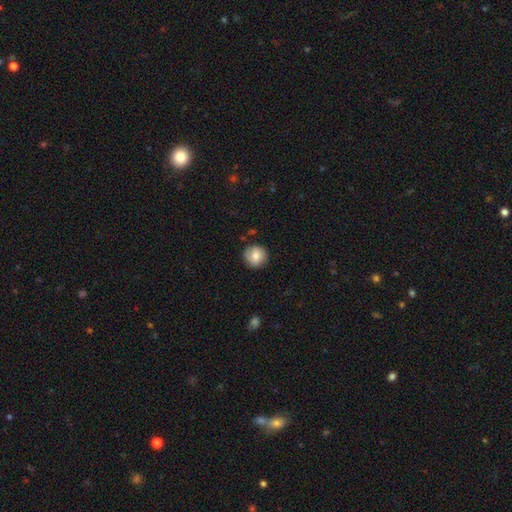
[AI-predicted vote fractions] A smooth galaxy with no disk features (78%) that is round (93%). Merging: none (85%).